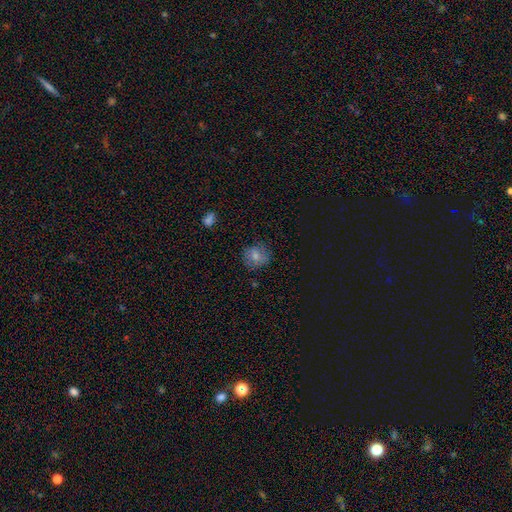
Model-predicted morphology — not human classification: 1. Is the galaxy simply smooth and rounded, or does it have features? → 74% smooth, 16% featured or disk, 10% star or artifact.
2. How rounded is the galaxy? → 80% round, 19% in between, 1% cigar-shaped.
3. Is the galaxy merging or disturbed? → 74% none, 19% minor disturbance, 6% major disturbance, 2% merger.